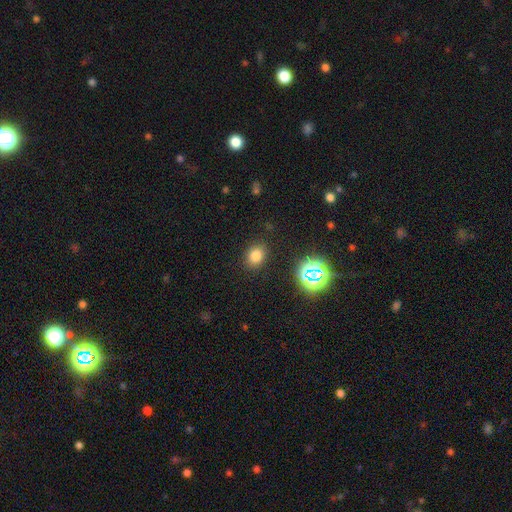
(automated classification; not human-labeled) Smooth or featured? smooth (76%)
How rounded? in between (54%)
Merging? none (86%)